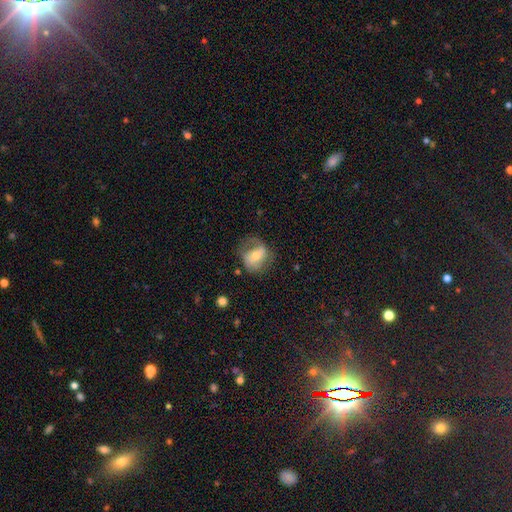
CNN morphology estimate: A featured or disk galaxy (57%) with a weak bar (39%), spiral arms (75%) and a moderate central bulge (56%). Merging: none (55%).